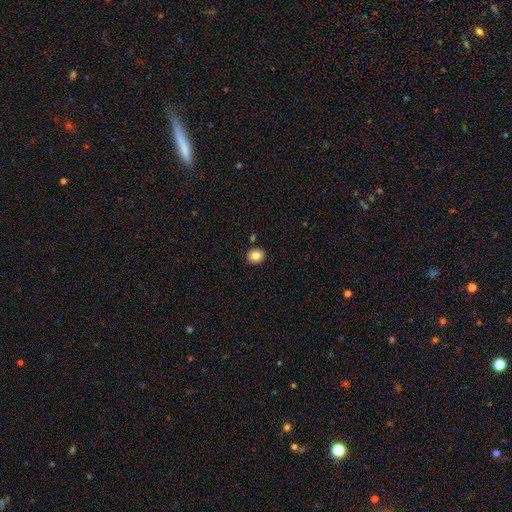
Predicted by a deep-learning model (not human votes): A smooth galaxy with no disk features (83%) that is round (70%).

Vote fractions:
- Smooth or featured? smooth: 83% / star or artifact: 9% / featured or disk: 8%
- How rounded? round: 70% / in between: 29% / cigar-shaped: 1%
- Merging? none: 88% / minor disturbance: 7% / merger: 3% / major disturbance: 2%